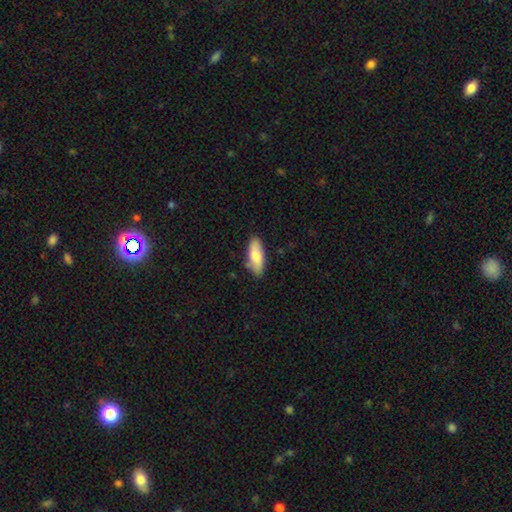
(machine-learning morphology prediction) Overall: smooth (75%). How rounded: in between (72%). Merging: none (80%).